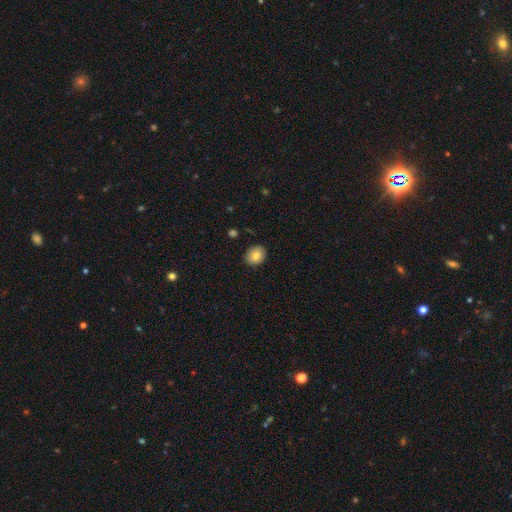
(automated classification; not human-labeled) A smooth galaxy with no disk features (83%) that is round (59%).

Vote fractions:
- Smooth or featured? smooth: 83% / featured or disk: 9% / star or artifact: 8%
- How rounded? round: 59% / in between: 40% / cigar-shaped: 1%
- Merging? none: 88% / minor disturbance: 9% / major disturbance: 2% / merger: 1%